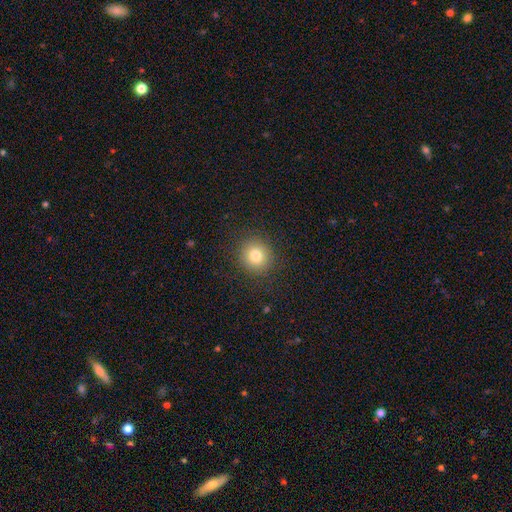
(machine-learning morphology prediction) Overall: smooth (80%). How rounded: round (90%). Merging: none (89%).